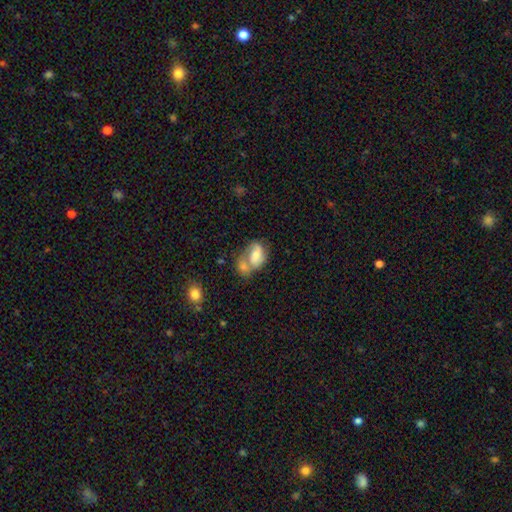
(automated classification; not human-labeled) Overall: smooth (50%; featured or disk 42%). How rounded: in between (83%). Merging: merger (54%; none 22%).